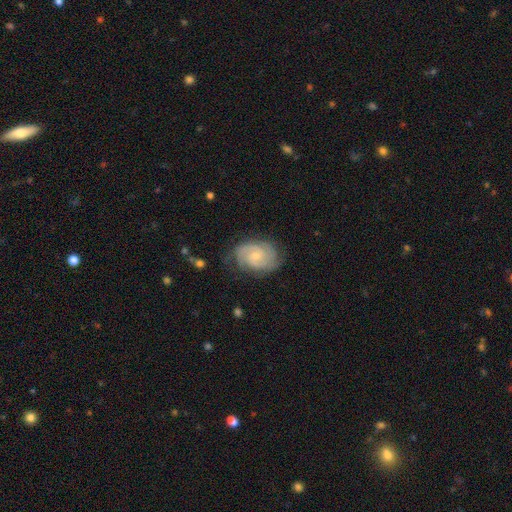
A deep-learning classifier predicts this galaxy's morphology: smooth-or-featured: featured or disk: 85% | smooth: 10% | star or artifact: 5%
  disk-edge-on: no: 98% | yes: 2%
    bar: no: 55% | weak: 39% | strong: 6%
    has-spiral-arms: yes: 97% | no: 3%
      spiral-winding: tight: 61% | medium: 33% | loose: 6%
      spiral-arm-count: 2: 64% | 3: 15% | can't tell: 12% | 4: 3% | 1: 3% | more than 4: 3%
    bulge-size: small: 66% | moderate: 28% | none: 4% | large: 1% | dominant: 1%
  merging: none: 75% | minor disturbance: 18% | major disturbance: 6% | merger: 1%